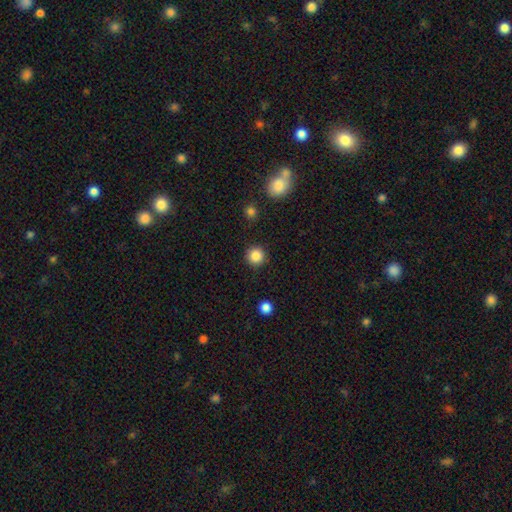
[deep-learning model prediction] A smooth galaxy with no disk features (86%) that is round (96%).

Vote fractions:
- Smooth or featured? smooth: 86% / star or artifact: 10% / featured or disk: 3%
- How rounded? round: 96% / in between: 3% / cigar-shaped: 1%
- Merging? none: 92% / minor disturbance: 5% / major disturbance: 2% / merger: 1%